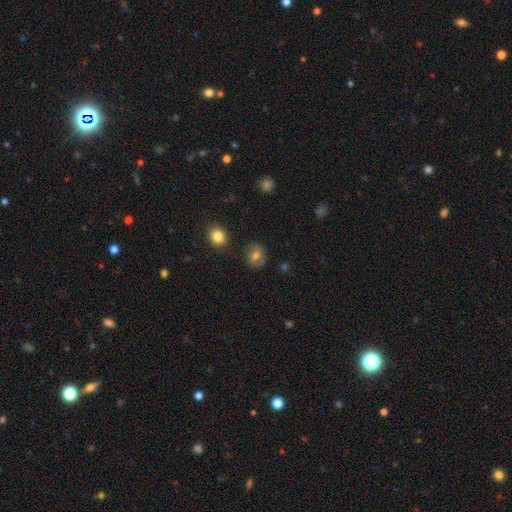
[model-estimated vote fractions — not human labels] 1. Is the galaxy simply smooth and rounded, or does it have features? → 69% smooth, 20% featured or disk, 11% star or artifact.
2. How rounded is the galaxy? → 60% round, 39% in between, 1% cigar-shaped.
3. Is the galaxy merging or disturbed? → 80% none, 14% minor disturbance, 4% major disturbance, 3% merger.